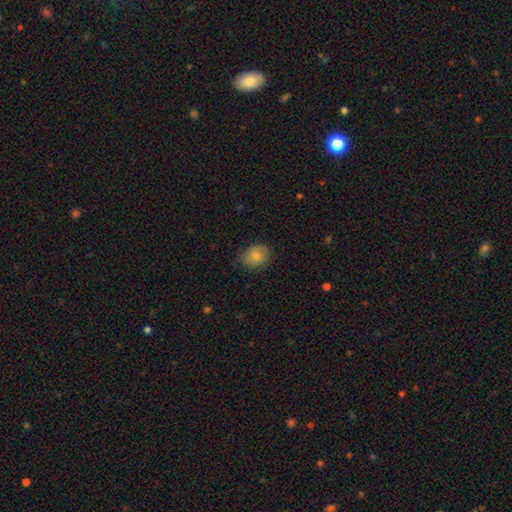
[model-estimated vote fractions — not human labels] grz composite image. It shows a smooth galaxy with no disk features (80%) that is in between round and cigar-shaped (51%). Merging: none (69%).